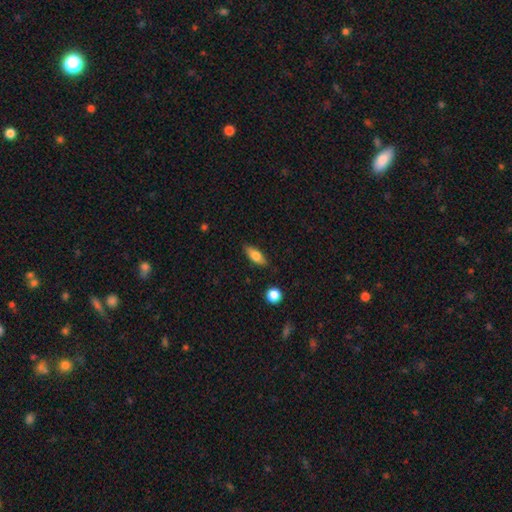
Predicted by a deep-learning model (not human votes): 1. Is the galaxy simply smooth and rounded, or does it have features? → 67% smooth, 25% featured or disk, 7% star or artifact.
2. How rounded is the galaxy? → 68% in between, 28% cigar-shaped, 4% round.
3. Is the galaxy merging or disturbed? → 83% none, 12% minor disturbance, 3% major disturbance, 2% merger.